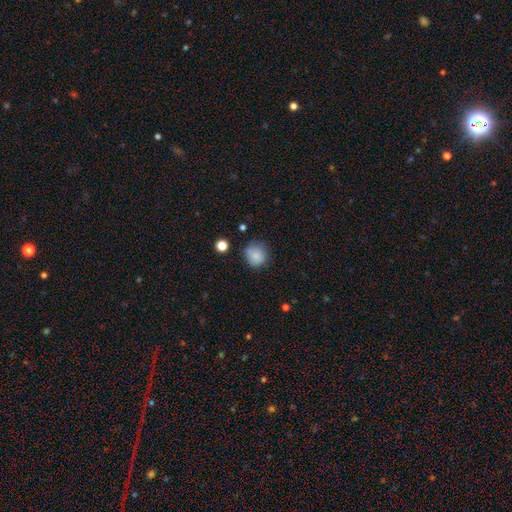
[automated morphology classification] Q: Smooth or featured?
A: smooth (83%); runner-up: star or artifact (10%)
Q: How rounded?
A: round (86%); runner-up: in between (13%)
Q: Merging?
A: none (70%); runner-up: minor disturbance (22%)